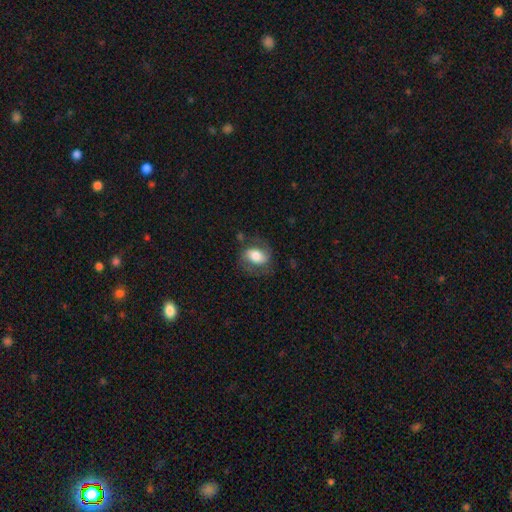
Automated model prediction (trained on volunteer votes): A smooth galaxy with no disk features (54%) that is in between round and cigar-shaped (75%).

Vote fractions:
- Smooth or featured? smooth: 54% / featured or disk: 39% / star or artifact: 7%
- How rounded? in between: 75% / round: 23% / cigar-shaped: 2%
- Merging? none: 66% / minor disturbance: 20% / major disturbance: 12% / merger: 2%